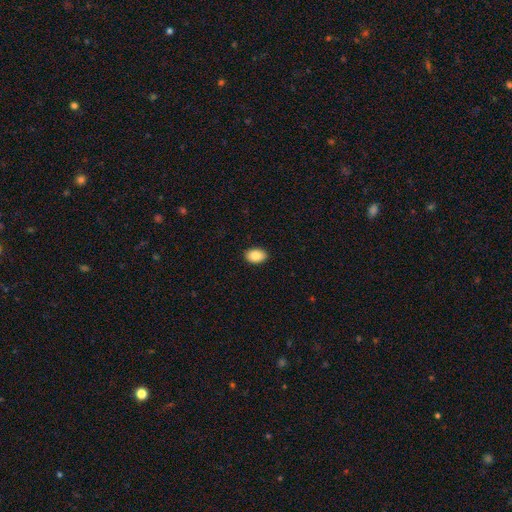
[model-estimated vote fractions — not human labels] This appears to be a smooth galaxy with no disk features (89%) that is in between round and cigar-shaped (87%). Merging: none (90%).